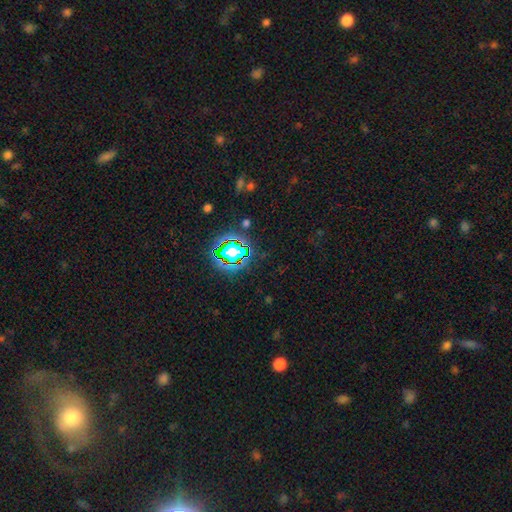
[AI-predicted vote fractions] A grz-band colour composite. It shows a star or artifact, not a galaxy (80%).